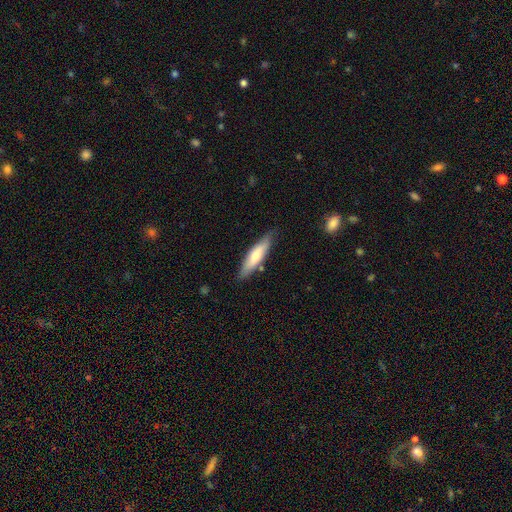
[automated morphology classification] This is likely a smooth galaxy (61%). How rounded: likely cigar-shaped (73%). Merging: clearly none (82%).